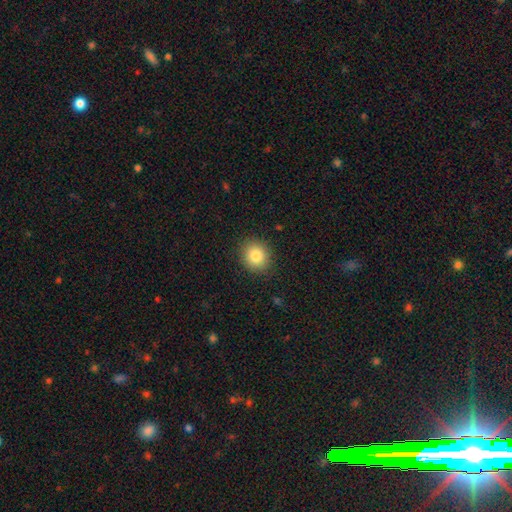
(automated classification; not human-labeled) Smooth or featured?
  - smooth: 84% *
  - star or artifact: 10%
  - featured or disk: 7%
How rounded?
  - round: 78% *
  - in between: 21%
  - cigar-shaped: 1%
Merging?
  - none: 89% *
  - minor disturbance: 7%
  - major disturbance: 2%
  - merger: 1%